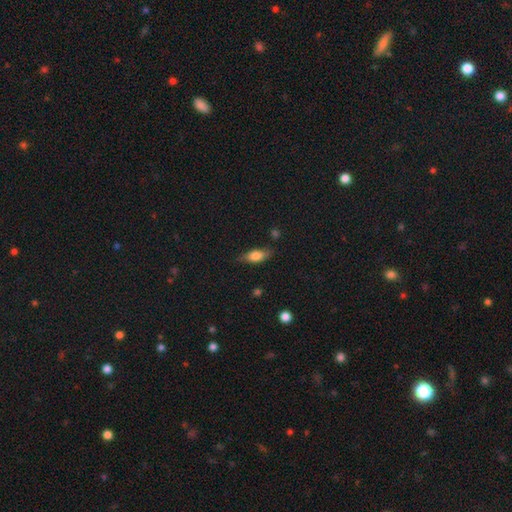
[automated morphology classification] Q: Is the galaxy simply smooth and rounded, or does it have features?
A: smooth — 70%.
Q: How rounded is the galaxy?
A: in between — 76%.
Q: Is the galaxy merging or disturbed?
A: none — 75%.